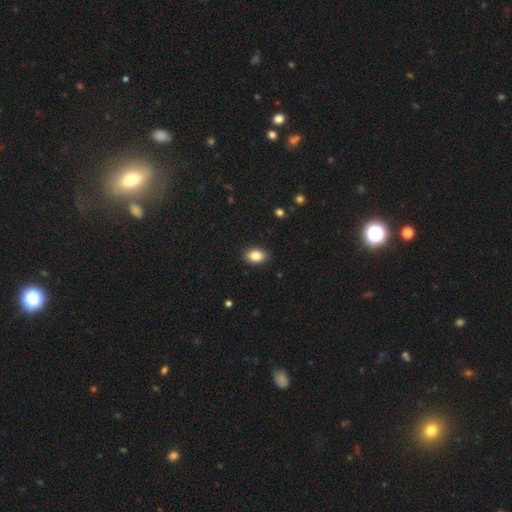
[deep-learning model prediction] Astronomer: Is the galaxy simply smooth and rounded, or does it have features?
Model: smooth — 86%.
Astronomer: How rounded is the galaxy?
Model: in between — 85%.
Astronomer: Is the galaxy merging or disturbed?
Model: none — 89%.